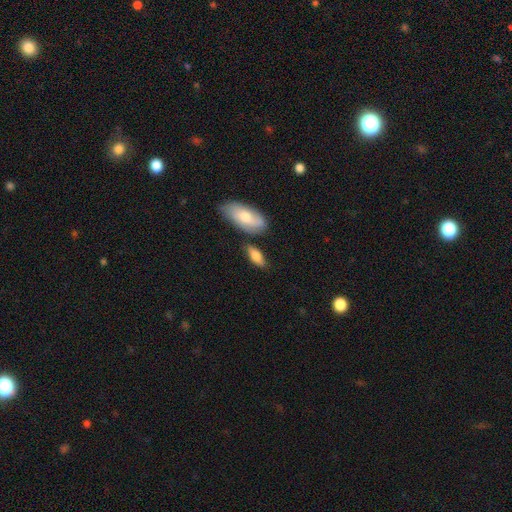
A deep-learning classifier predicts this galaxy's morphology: type=smooth (76%); roundness=in between (75%); merging=none (71%).